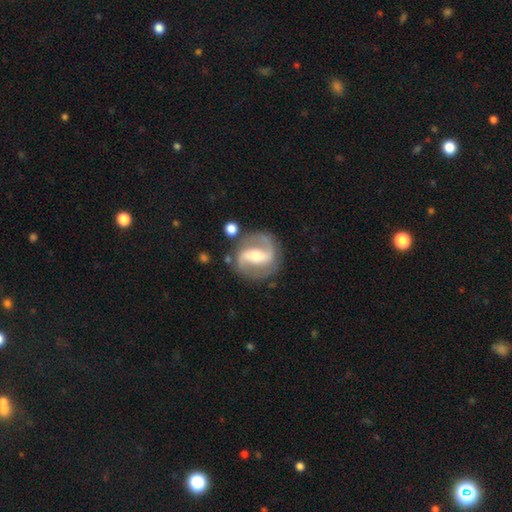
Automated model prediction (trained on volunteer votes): smooth-or-featured: featured or disk: 87% | smooth: 9% | star or artifact: 5%
  disk-edge-on: no: 97% | yes: 3%
    bar: strong: 56% | weak: 29% | no: 14%
    has-spiral-arms: yes: 94% | no: 6%
      spiral-winding: medium: 52% | loose: 25% | tight: 23%
      spiral-arm-count: 2: 91% | can't tell: 3% | 1: 2% | 3: 1% | 4: 1% | more than 4: 1%
    bulge-size: moderate: 59% | small: 33% | large: 5% | none: 1% | dominant: 1%
  merging: none: 81% | minor disturbance: 11% | major disturbance: 5% | merger: 3%